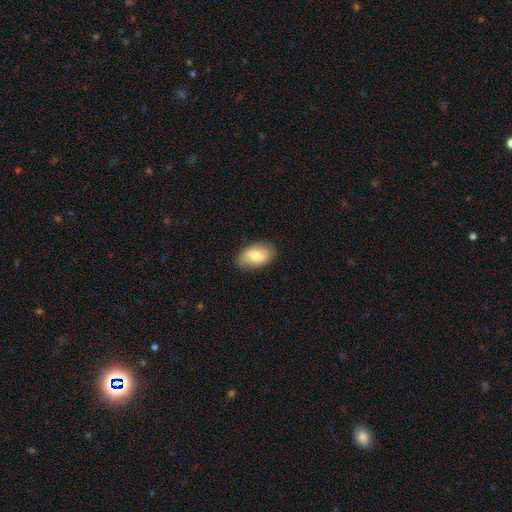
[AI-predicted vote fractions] Overall: smooth (67%). How rounded: in between (92%). Merging: none (82%).